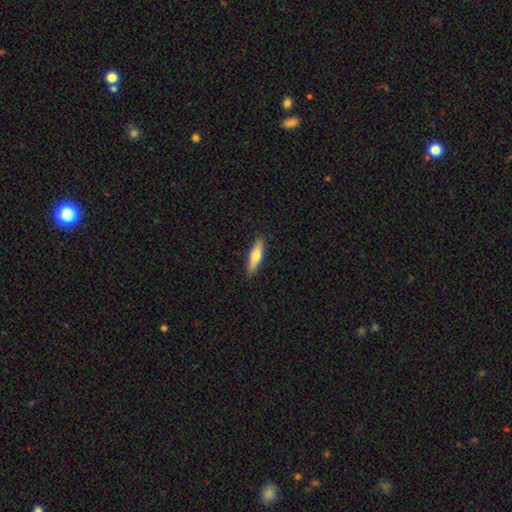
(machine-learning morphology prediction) smooth-or-featured: smooth: 63% | featured or disk: 31% | star or artifact: 6%
  how-rounded: cigar-shaped: 66% | in between: 32% | round: 2%
  merging: none: 89% | minor disturbance: 8% | major disturbance: 2% | merger: 1%